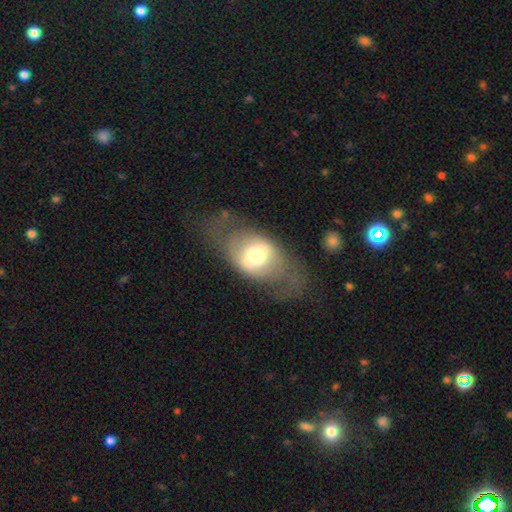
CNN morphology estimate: Smooth or featured?
  - smooth: 49% *
  - featured or disk: 44%
  - star or artifact: 8%
Merging?
  - none: 53% *
  - major disturbance: 23%
  - minor disturbance: 22%
  - merger: 3%